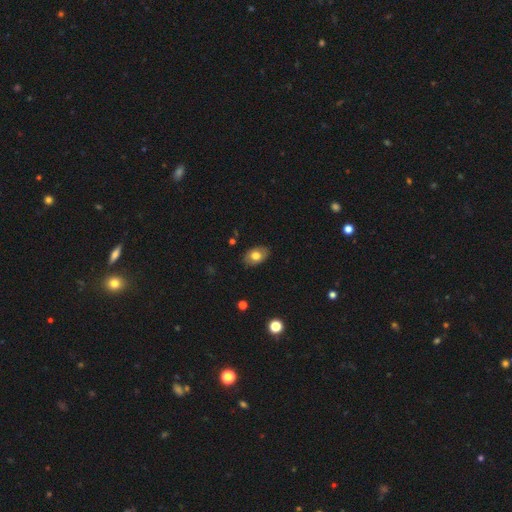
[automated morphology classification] smooth 74%, featured or disk 18%, star or artifact 8%. Down the decision tree: how rounded — in between (86%); merging — none (85%).